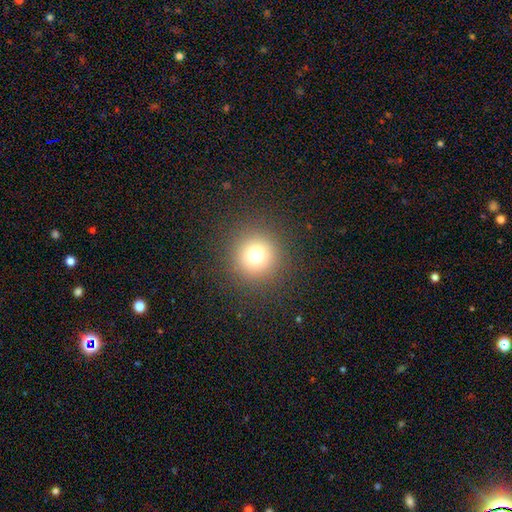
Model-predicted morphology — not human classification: smooth-or-featured: smooth: 73% | star or artifact: 18% | featured or disk: 9%
  how-rounded: round: 96% | in between: 3% | cigar-shaped: 1%
  merging: none: 91% | minor disturbance: 5% | major disturbance: 3% | merger: 1%